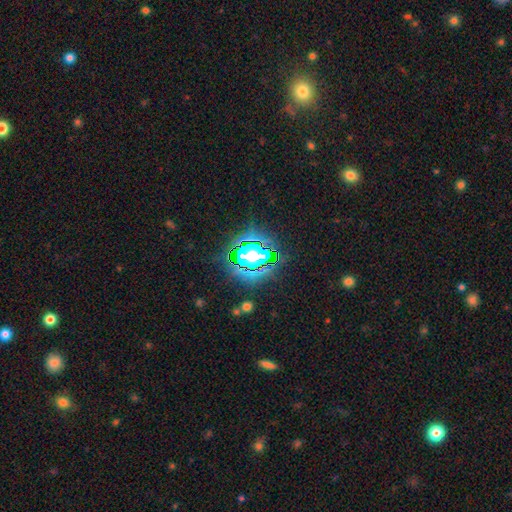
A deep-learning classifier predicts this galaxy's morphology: This appears to be a star or artifact, not a galaxy (68%).